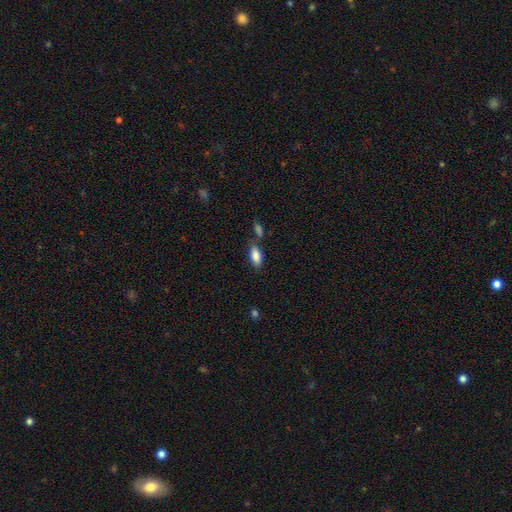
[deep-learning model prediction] Overall: smooth (85%). How rounded: in between (88%). Merging: none (67%).